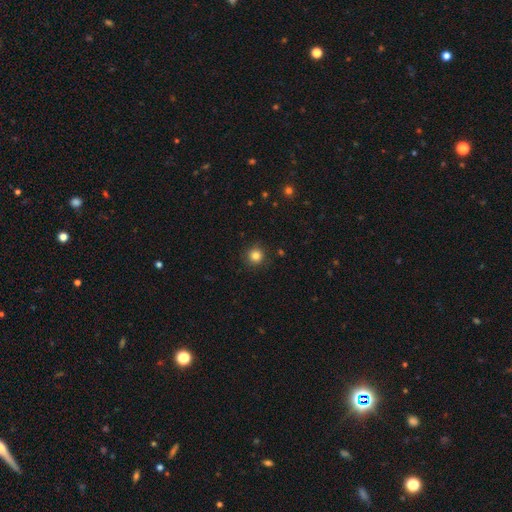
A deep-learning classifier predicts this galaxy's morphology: Smooth or featured? smooth (83%)
How rounded? round (94%)
Merging? none (89%)